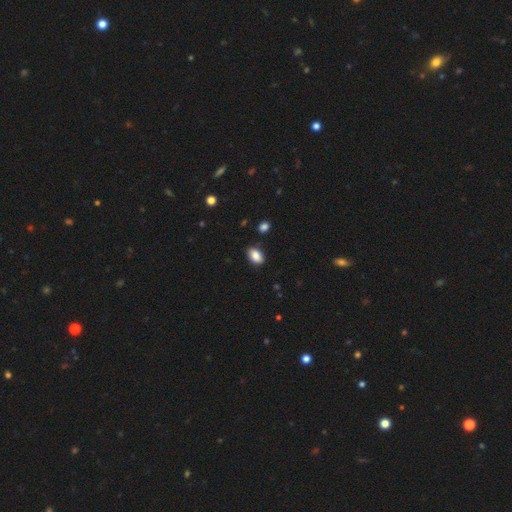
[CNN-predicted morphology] Smooth or featured? smooth (87%)
How rounded? in between (87%)
Merging? none (85%)